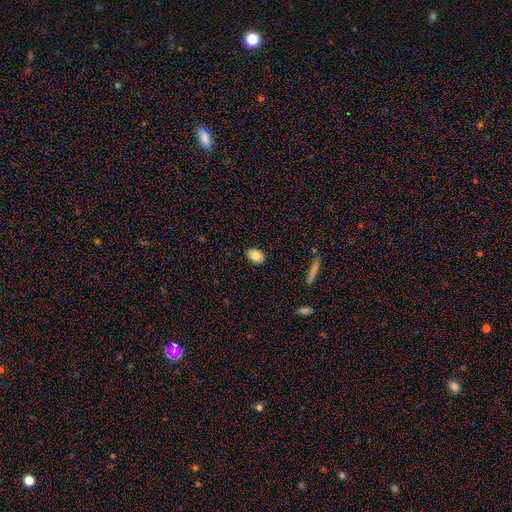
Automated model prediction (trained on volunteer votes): Smooth or featured? Predicted: smooth (p=0.80). How rounded? Predicted: in between (p=0.81). Merging? Predicted: none (p=0.88).